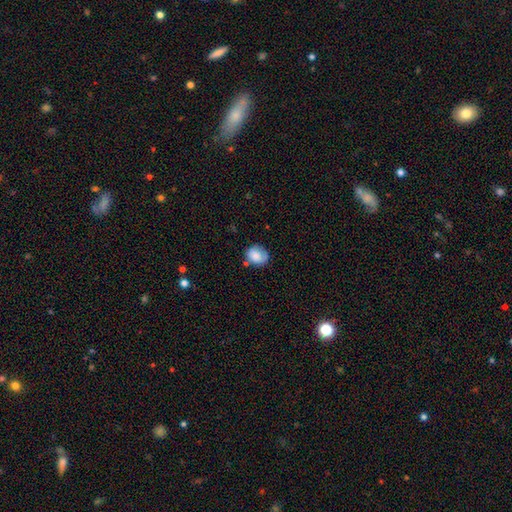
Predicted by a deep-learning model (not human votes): A smooth galaxy with no disk features (81%) that is round (54%).

Vote fractions:
- Smooth or featured? smooth: 81% / featured or disk: 12% / star or artifact: 8%
- How rounded? round: 54% / in between: 45% / cigar-shaped: 1%
- Merging? none: 61% / minor disturbance: 26% / major disturbance: 7% / merger: 6%